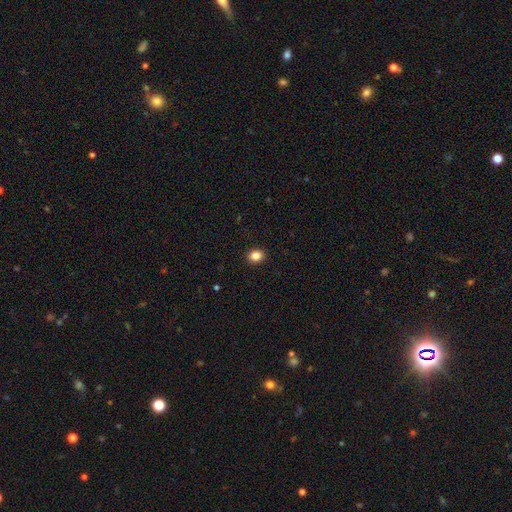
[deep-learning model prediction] This is clearly a smooth galaxy (85%). How rounded: possibly round (55%). Merging: clearly none (91%).